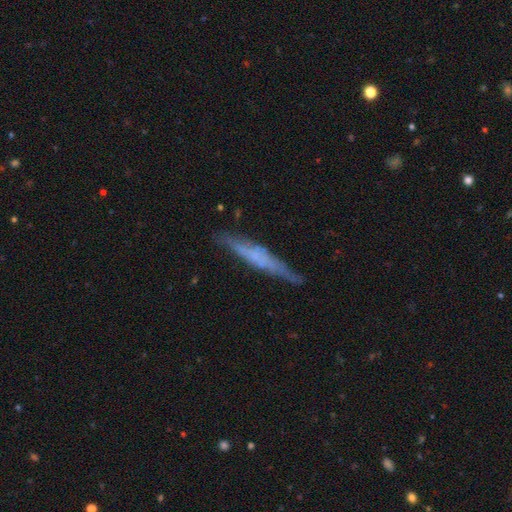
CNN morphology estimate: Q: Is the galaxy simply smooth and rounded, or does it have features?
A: featured or disk — 58%.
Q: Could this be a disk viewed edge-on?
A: yes — 92%.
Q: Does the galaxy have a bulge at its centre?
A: none — 50%.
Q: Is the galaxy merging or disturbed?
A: none — 77%.